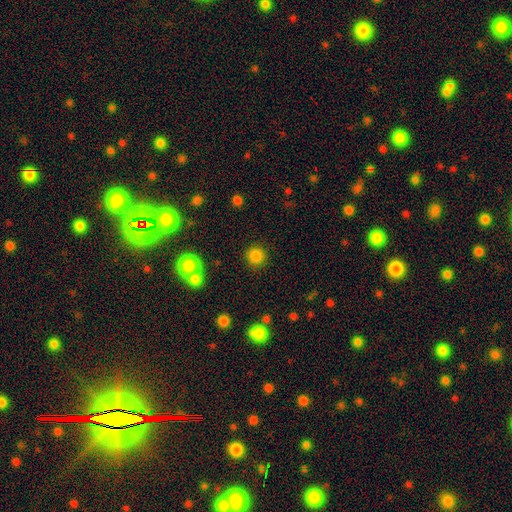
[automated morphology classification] This is clearly a smooth galaxy (84%). How rounded: clearly round (93%). Merging: clearly none (87%).